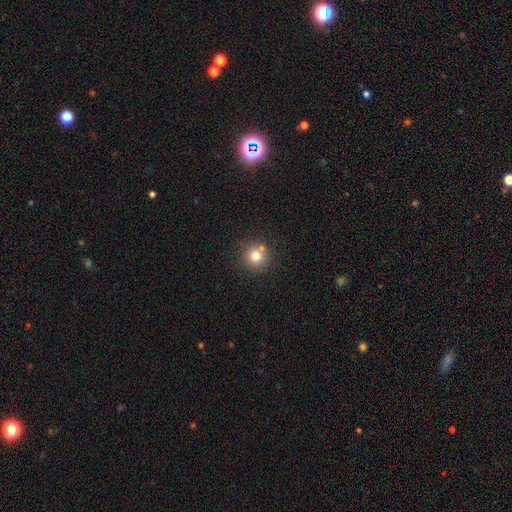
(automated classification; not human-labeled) Smooth or featured? Predicted: smooth (p=0.77). How rounded? Predicted: round (p=0.93). Merging? Predicted: none (p=0.74).